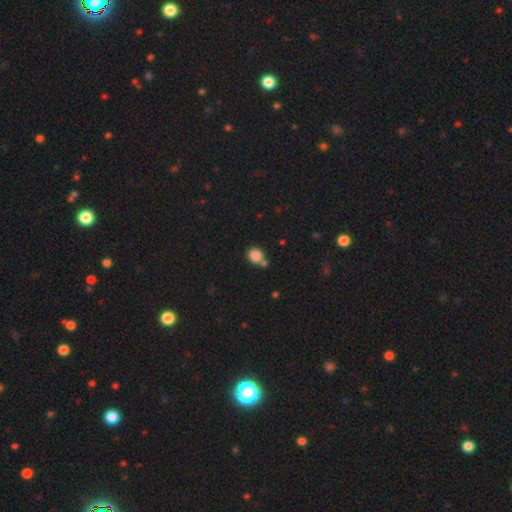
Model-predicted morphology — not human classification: type=smooth (85%); roundness=round (80%); merging=none (61%).